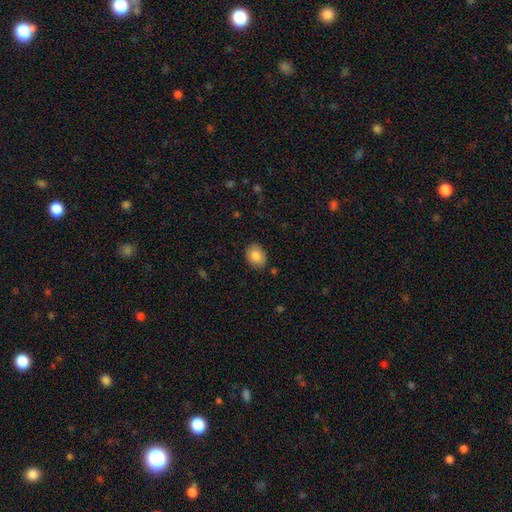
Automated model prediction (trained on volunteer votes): This is clearly a smooth galaxy (84%). How rounded: possibly in between (60%). Merging: clearly none (86%).